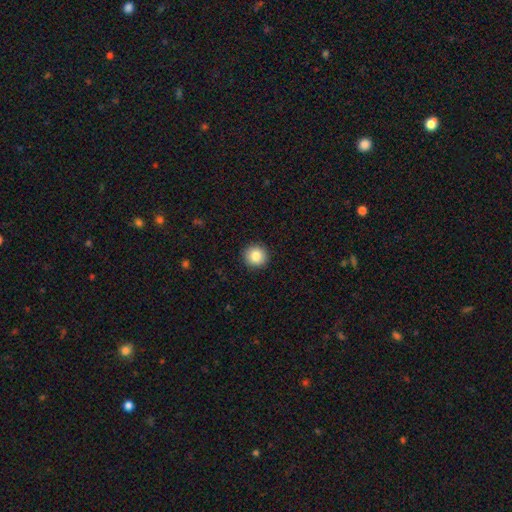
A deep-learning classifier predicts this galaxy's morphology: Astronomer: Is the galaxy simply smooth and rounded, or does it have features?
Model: smooth — 84%.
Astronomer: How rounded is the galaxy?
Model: round — 95%.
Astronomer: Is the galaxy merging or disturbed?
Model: none — 92%.